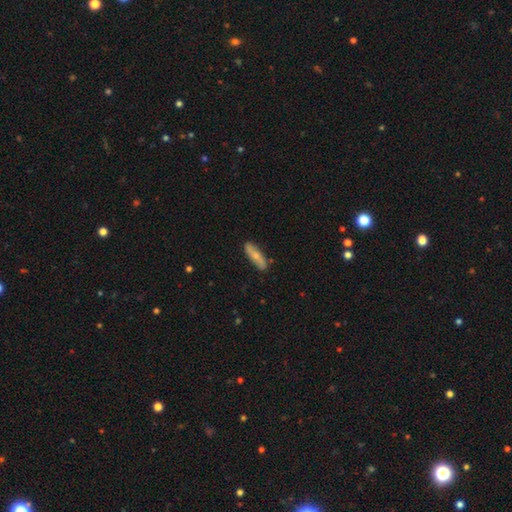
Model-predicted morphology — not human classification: smooth 55%, featured or disk 40%, star or artifact 5%. Down the decision tree: how rounded — cigar-shaped (56%); merging — none (84%).